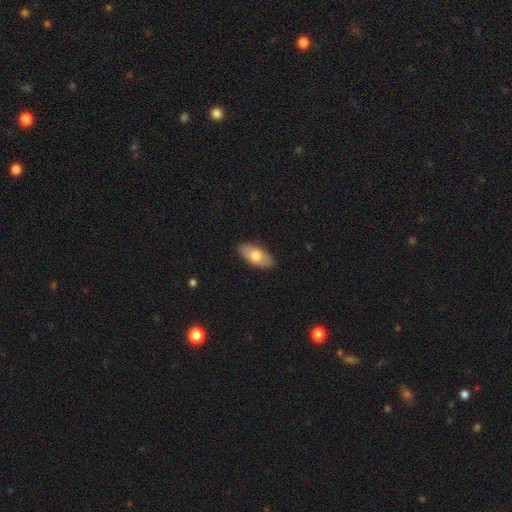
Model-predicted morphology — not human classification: A smooth galaxy with no disk features (69%) that is in between round and cigar-shaped (91%).

Vote fractions:
- Smooth or featured? smooth: 69% / featured or disk: 26% / star or artifact: 6%
- How rounded? in between: 91% / cigar-shaped: 6% / round: 3%
- Merging? none: 88% / minor disturbance: 9% / major disturbance: 2% / merger: 1%